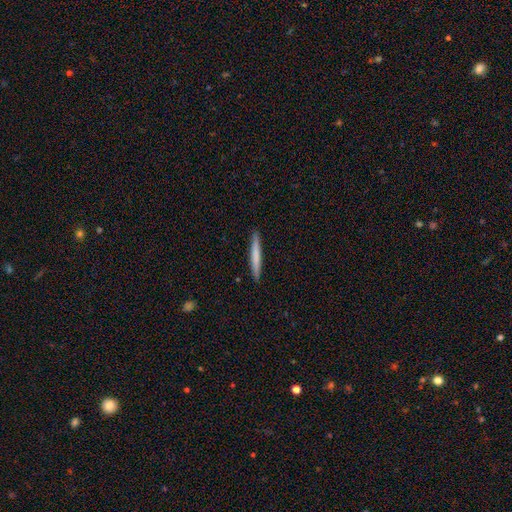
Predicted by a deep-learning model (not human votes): smooth 68%, featured or disk 27%, star or artifact 5%. Down the decision tree: how rounded — cigar-shaped (97%); merging — none (92%).